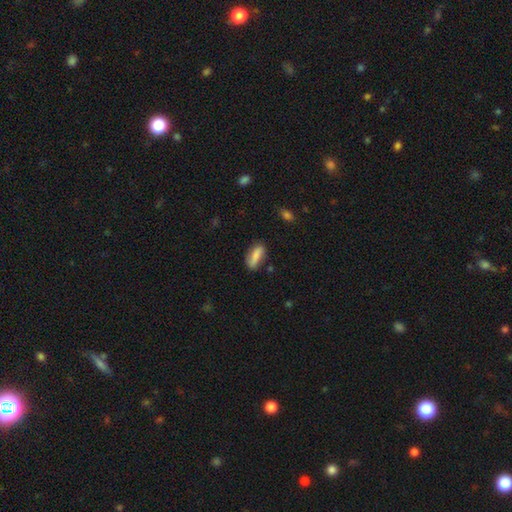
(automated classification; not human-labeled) This is clearly a smooth galaxy (80%). How rounded: likely in between (68%). Merging: likely none (74%).